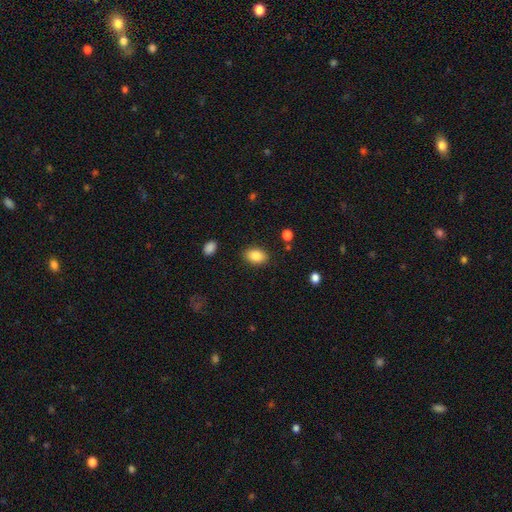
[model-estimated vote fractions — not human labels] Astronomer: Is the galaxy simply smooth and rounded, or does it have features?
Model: smooth — 87%.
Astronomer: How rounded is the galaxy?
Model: in between — 86%.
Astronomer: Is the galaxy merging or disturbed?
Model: none — 86%.